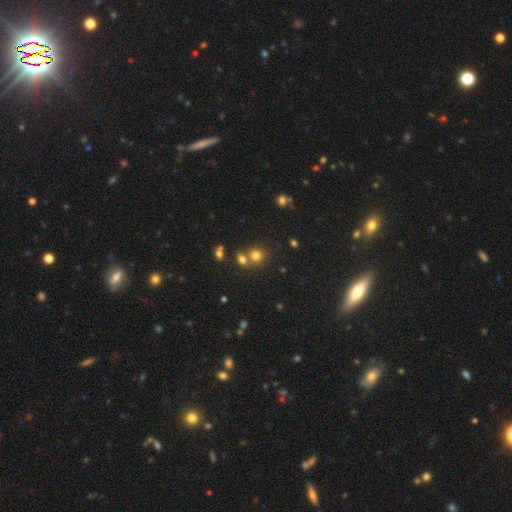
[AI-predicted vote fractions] Morphology: type=smooth (74%); roundness=round (79%); merging=none (54%).